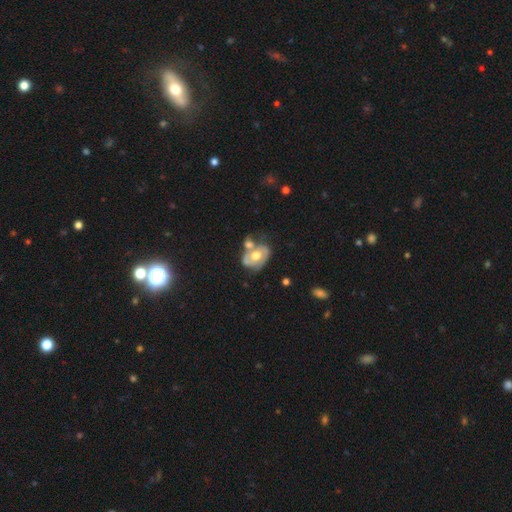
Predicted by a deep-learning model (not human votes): Smooth or featured?
  - featured or disk: 64% *
  - smooth: 30%
  - star or artifact: 6%
Edge-on disk?
  - no: 96% *
  - yes: 4%
Bar?
  - no: 77% *
  - weak: 18%
  - strong: 5%
Spiral arms?
  - yes: 58% *
  - no: 42%
Bulge size?
  - moderate: 71% *
  - large: 19%
  - small: 7%
  - dominant: 1%
  - none: 1%
Merging?
  - merger: 36% *
  - none: 35%
  - minor disturbance: 19%
  - major disturbance: 11%